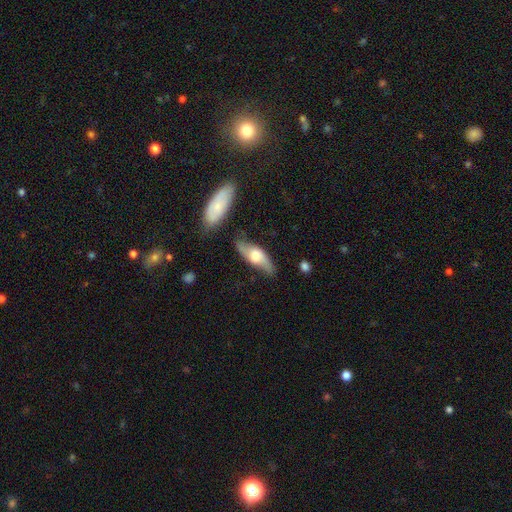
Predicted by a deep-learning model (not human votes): Smooth or featured? Predicted: featured or disk (p=0.58). Edge-on disk? Predicted: no (p=0.56). Merging? Predicted: none (p=0.72).